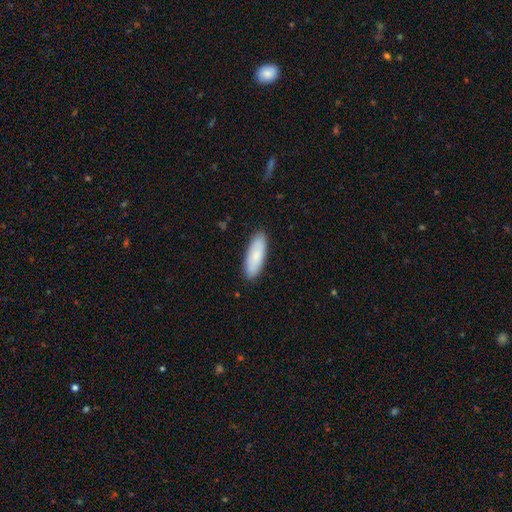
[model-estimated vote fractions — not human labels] smooth 81%, featured or disk 13%, star or artifact 6%. Down the decision tree: how rounded — in between (61%); merging — none (88%).